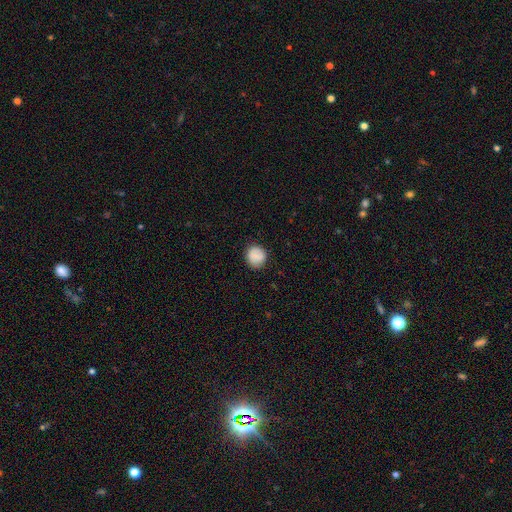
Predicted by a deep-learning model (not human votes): Q: Smooth or featured?
A: smooth (82%); runner-up: featured or disk (10%)
Q: How rounded?
A: round (88%); runner-up: in between (11%)
Q: Merging?
A: none (87%); runner-up: minor disturbance (10%)